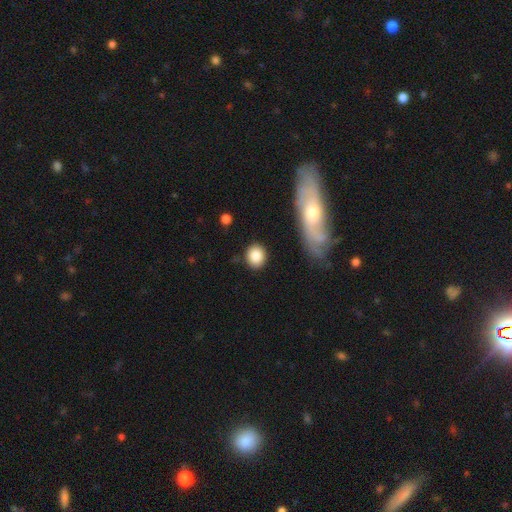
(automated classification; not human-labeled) Morphology: type=smooth (85%); roundness=round (74%); merging=none (86%).